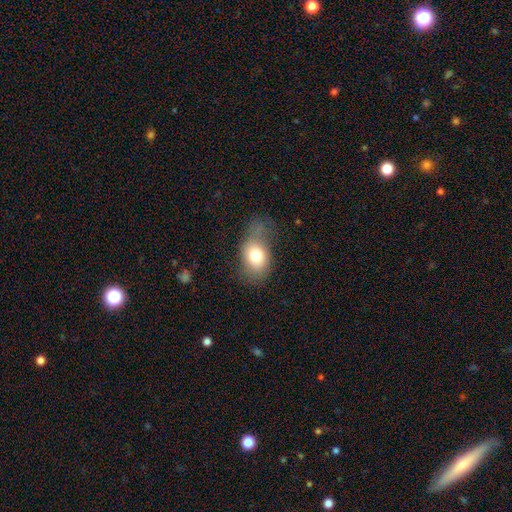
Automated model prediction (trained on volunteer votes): smooth-or-featured: smooth: 74% | featured or disk: 17% | star or artifact: 9%
  how-rounded: in between: 75% | round: 24% | cigar-shaped: 1%
  merging: none: 39% | minor disturbance: 31% | major disturbance: 27% | merger: 3%